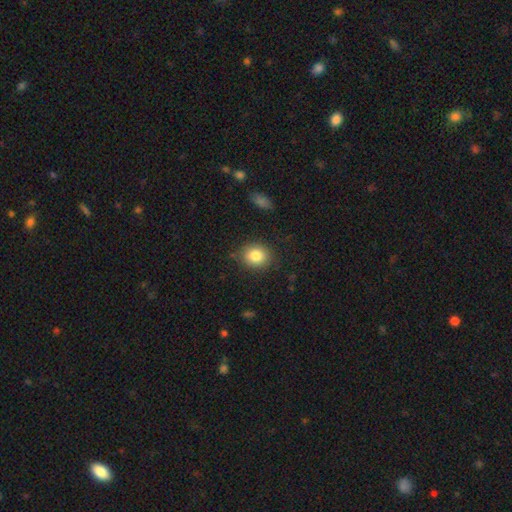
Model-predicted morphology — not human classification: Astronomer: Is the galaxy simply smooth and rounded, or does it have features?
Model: smooth — 83%.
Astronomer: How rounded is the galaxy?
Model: round — 67%.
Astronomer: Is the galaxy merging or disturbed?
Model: none — 85%.